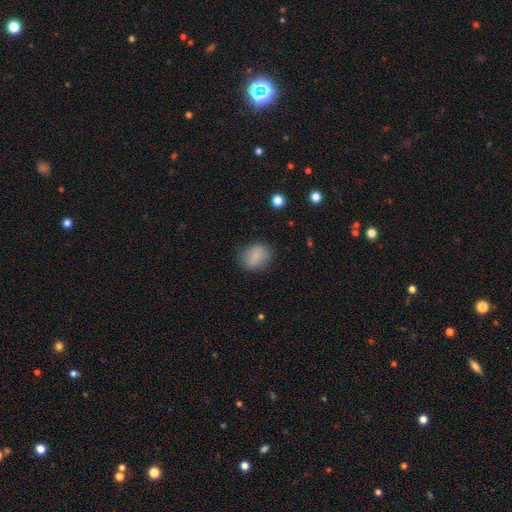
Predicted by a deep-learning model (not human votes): Smooth or featured: smooth — 81% (featured or disk — 11%)
How rounded: in between — 54% (round — 45%)
Merging: none — 80% (minor disturbance — 14%)